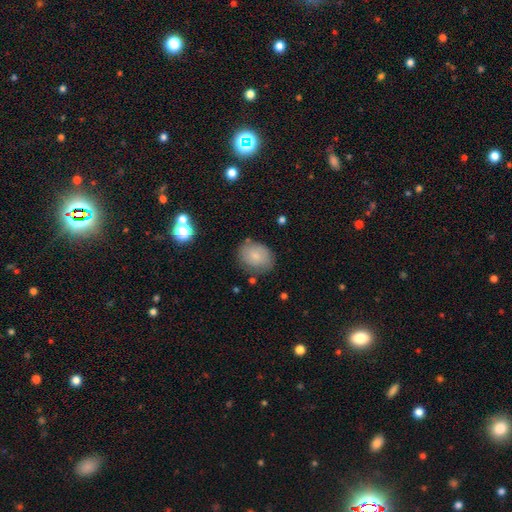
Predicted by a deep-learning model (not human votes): Q: Smooth or featured?
A: smooth (78%); runner-up: featured or disk (14%)
Q: How rounded?
A: in between (53%); runner-up: round (46%)
Q: Merging?
A: none (74%); runner-up: minor disturbance (18%)